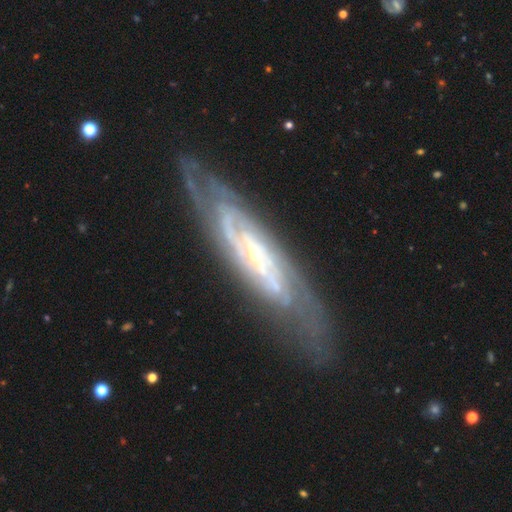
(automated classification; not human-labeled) Overall: featured or disk (85%). Edge-on disk: no (75%). Bar: no (47%; weak 31%). Spiral arms: yes (92%). Spiral arm count: can't tell (39%; 2 35%). Spiral winding: tight (63%; medium 29%). Bulge size: small (78%). Merging: none (76%).